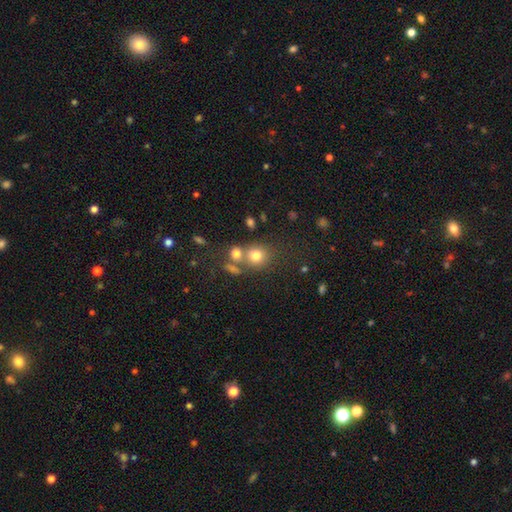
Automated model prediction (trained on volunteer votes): smooth 75%, star or artifact 14%, featured or disk 11%. Down the decision tree: how rounded — round (83%); merging — none (56%).